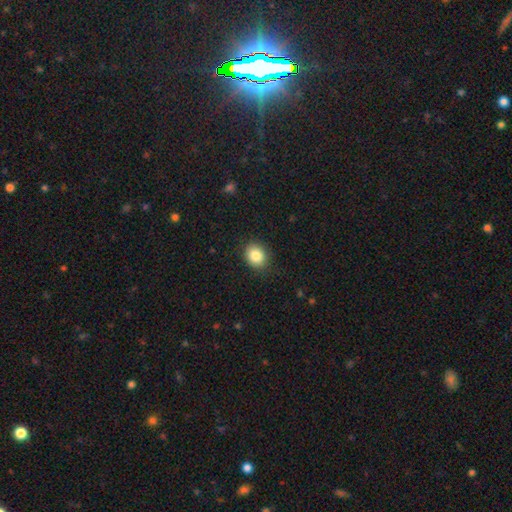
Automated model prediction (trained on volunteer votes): smooth 85%, star or artifact 9%, featured or disk 6%. Down the decision tree: how rounded — round (58%); merging — none (88%).